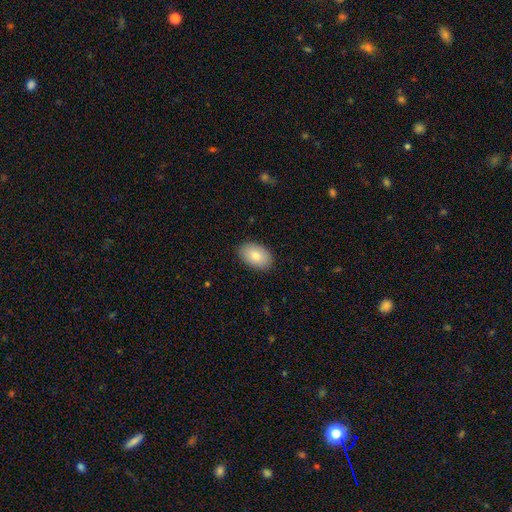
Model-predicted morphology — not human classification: type=smooth (83%); roundness=in between (90%); merging=none (88%).